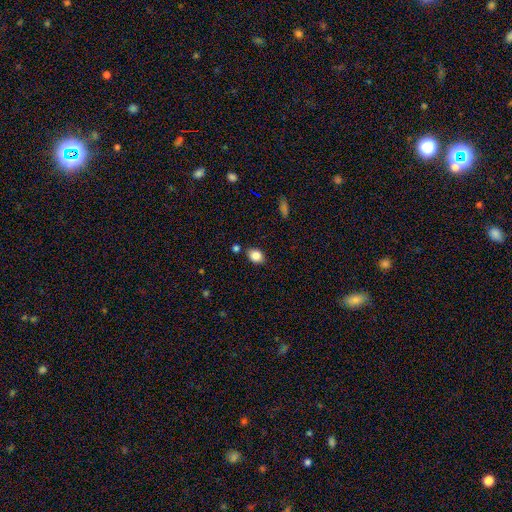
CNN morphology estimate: type=smooth (85%); roundness=in between (63%); merging=none (81%).